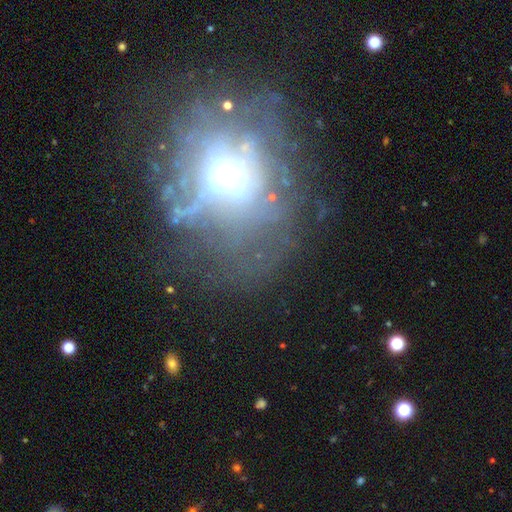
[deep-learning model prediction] featured or disk 58%, star or artifact 23%, smooth 19%. Down the decision tree: edge-on disk — no (91%); bar — no (67%); spiral arms — no (67%); bulge size — moderate (44%); merging — none (50%).